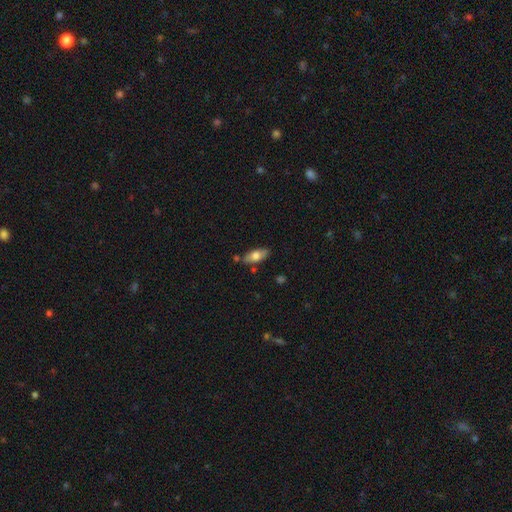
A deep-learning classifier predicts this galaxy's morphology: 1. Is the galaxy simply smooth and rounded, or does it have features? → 67% smooth, 27% featured or disk, 6% star or artifact.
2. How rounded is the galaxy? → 81% in between, 16% cigar-shaped, 3% round.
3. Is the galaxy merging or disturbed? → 79% none, 14% minor disturbance, 5% merger, 3% major disturbance.